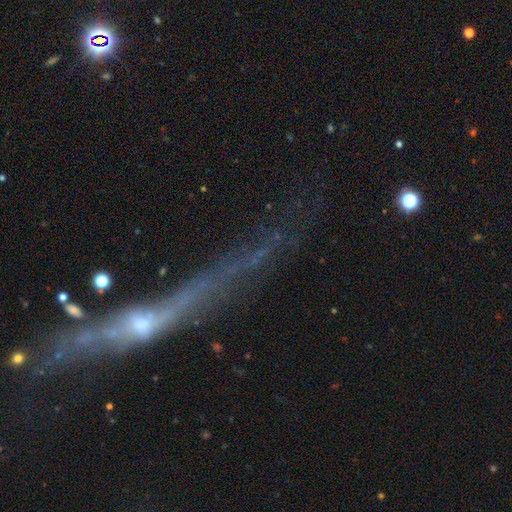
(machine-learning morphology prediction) smooth_or_featured: featured or disk (p=0.65) [alt: star or artifact p=0.18]
disk_edge_on: yes (p=0.74) [alt: no p=0.26]
merging: none (p=0.50) [alt: major disturbance p=0.21]